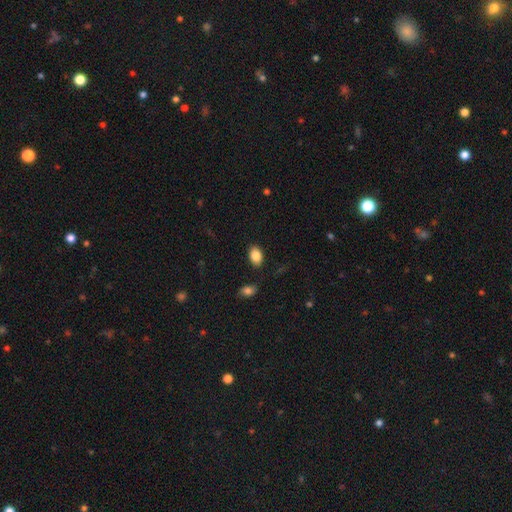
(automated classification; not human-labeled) smooth_or_featured: smooth (p=0.86) [alt: star or artifact p=0.08]
how_rounded: in between (p=0.87) [alt: round p=0.12]
merging: none (p=0.84) [alt: minor disturbance p=0.10]